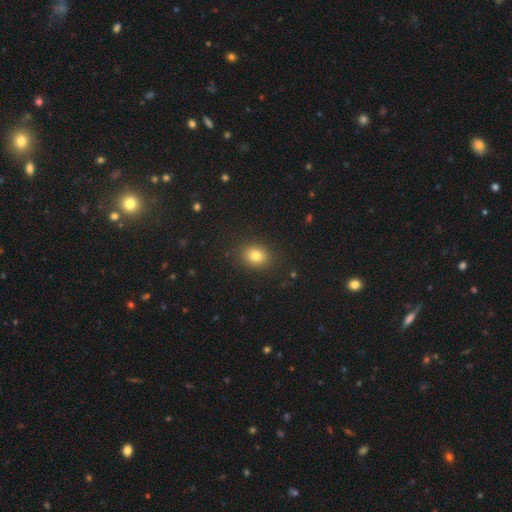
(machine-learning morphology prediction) Q: Smooth or featured?
A: smooth (80%); runner-up: star or artifact (12%)
Q: How rounded?
A: round (56%); runner-up: in between (43%)
Q: Merging?
A: none (87%); runner-up: minor disturbance (9%)